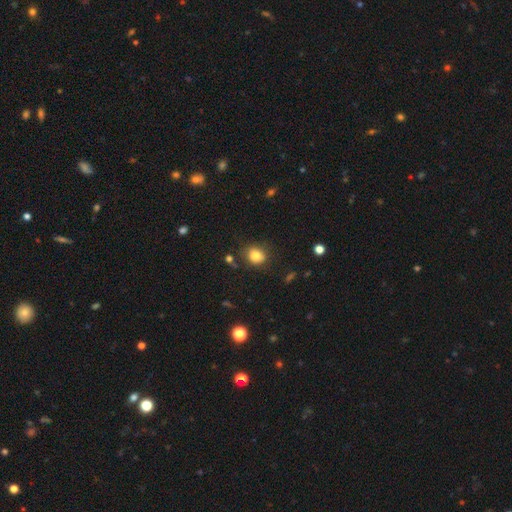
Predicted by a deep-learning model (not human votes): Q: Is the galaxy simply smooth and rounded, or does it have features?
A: smooth — 82%.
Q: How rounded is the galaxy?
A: round — 63%.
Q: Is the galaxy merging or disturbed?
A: none — 79%.